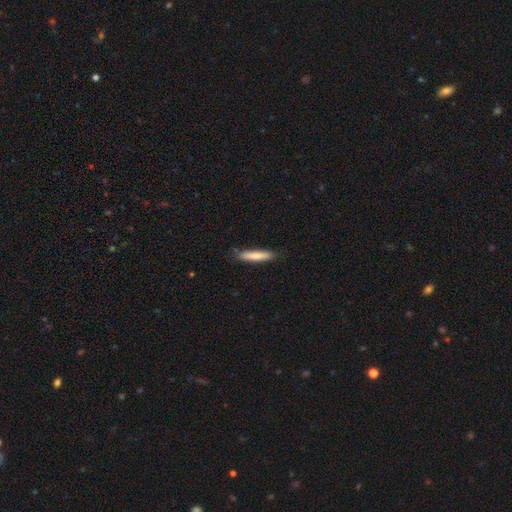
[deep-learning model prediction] Smooth or featured? smooth (77%)
How rounded? cigar-shaped (88%)
Merging? none (86%)